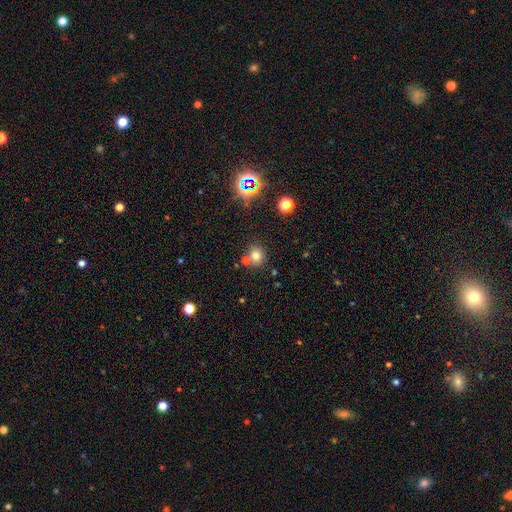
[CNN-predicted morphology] Smooth or featured: smooth — 73% (star or artifact — 18%)
How rounded: round — 76% (in between — 23%)
Merging: none — 69% (merger — 19%)